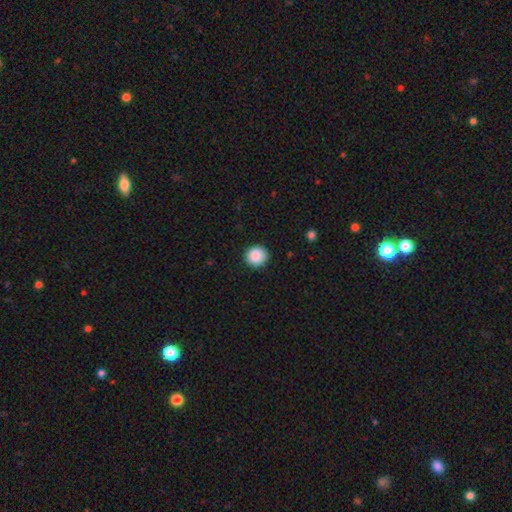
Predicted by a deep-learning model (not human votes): This appears to be a smooth galaxy with no disk features (88%) that is round (92%). Merging: none (90%).